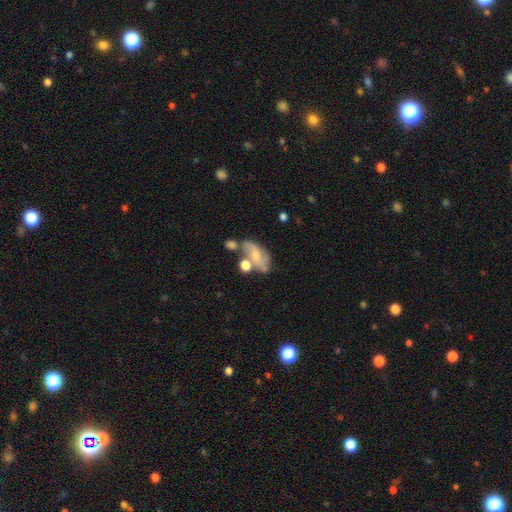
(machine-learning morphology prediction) type=featured or disk (56%); edge-on=no (95%); bar=no (57%); spiral arms=yes (76%); bulge=small (53%); merging=none (37%).